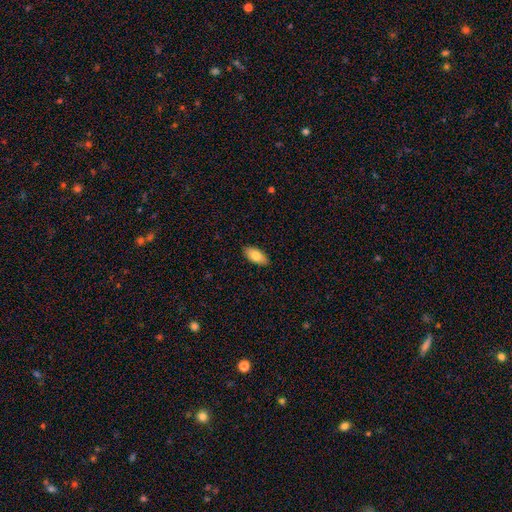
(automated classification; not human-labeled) A smooth galaxy with no disk features (79%) that is in between round and cigar-shaped (92%).

Vote fractions:
- Smooth or featured? smooth: 79% / featured or disk: 14% / star or artifact: 6%
- How rounded? in between: 92% / cigar-shaped: 6% / round: 2%
- Merging? none: 89% / minor disturbance: 8% / major disturbance: 2% / merger: 1%